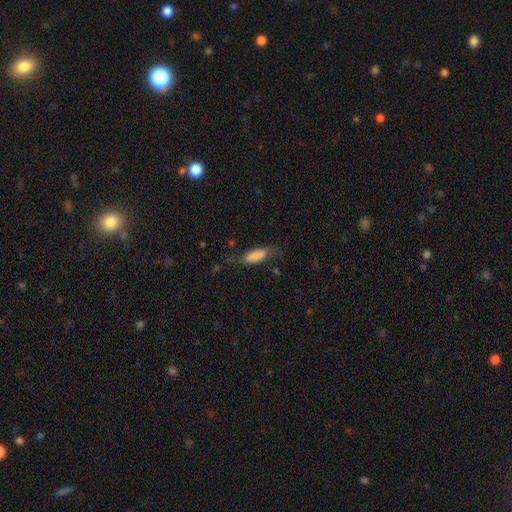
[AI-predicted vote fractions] Morphology: type=smooth (78%); roundness=in between (66%); merging=none (54%).